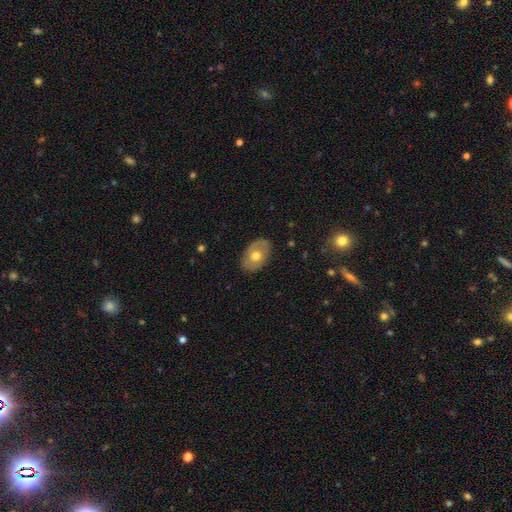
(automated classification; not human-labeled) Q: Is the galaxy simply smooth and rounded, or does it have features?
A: smooth — 54%.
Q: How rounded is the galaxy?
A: in between — 80%.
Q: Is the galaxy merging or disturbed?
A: none — 82%.